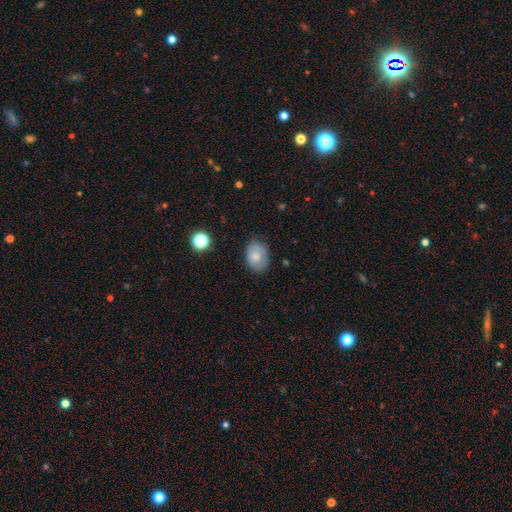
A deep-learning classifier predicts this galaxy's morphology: Q: Smooth or featured?
A: smooth (78%); runner-up: featured or disk (14%)
Q: How rounded?
A: in between (73%); runner-up: round (26%)
Q: Merging?
A: none (72%); runner-up: minor disturbance (22%)